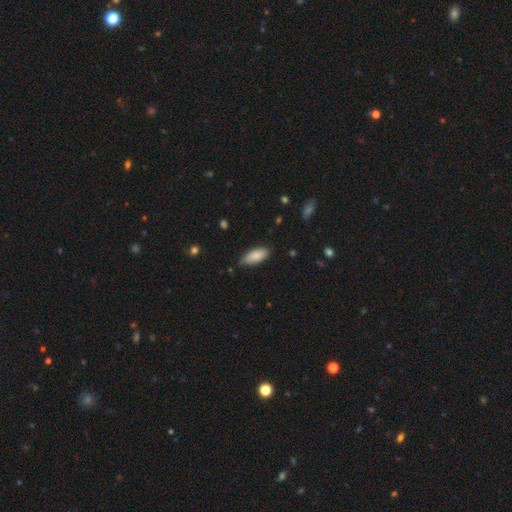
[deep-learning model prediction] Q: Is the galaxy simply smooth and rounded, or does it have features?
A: smooth — 85%.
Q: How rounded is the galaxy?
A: in between — 83%.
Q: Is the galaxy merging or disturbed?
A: none — 76%.